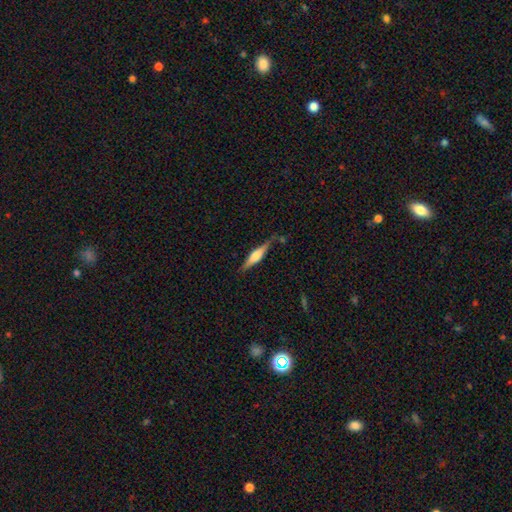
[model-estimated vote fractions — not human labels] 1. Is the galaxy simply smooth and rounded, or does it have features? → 54% featured or disk, 40% smooth, 6% star or artifact.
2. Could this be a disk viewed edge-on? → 95% yes, 5% no.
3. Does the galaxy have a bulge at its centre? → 72% rounded, 22% boxy, 6% none.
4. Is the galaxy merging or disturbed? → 76% none, 17% minor disturbance, 4% major disturbance, 3% merger.